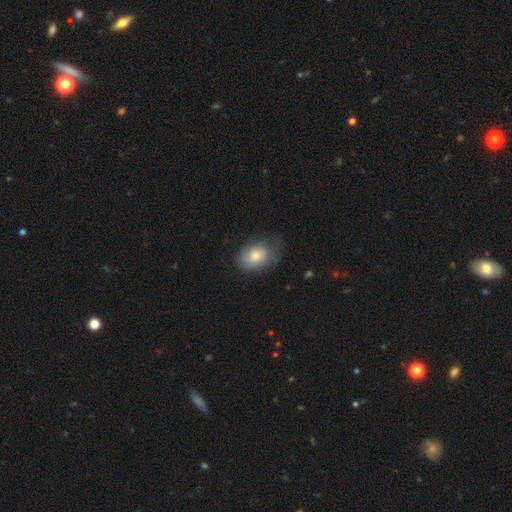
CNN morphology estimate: type=smooth (73%); roundness=in between (68%); merging=none (55%).